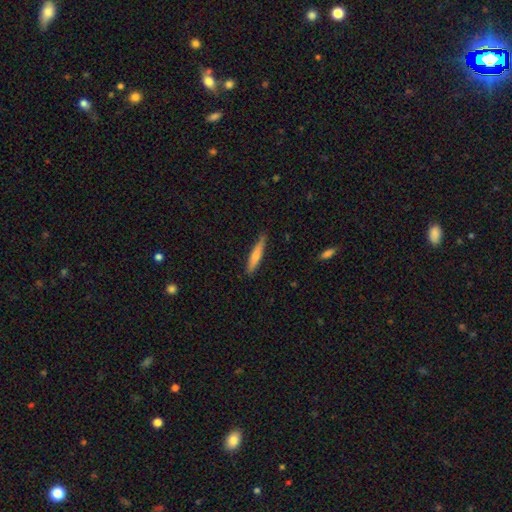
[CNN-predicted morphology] Smooth or featured? Predicted: smooth (p=0.72). How rounded? Predicted: cigar-shaped (p=0.90). Merging? Predicted: none (p=0.83).